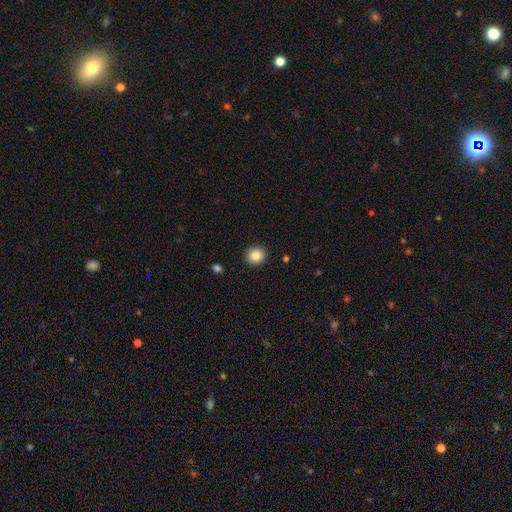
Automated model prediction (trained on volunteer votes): Q: Smooth or featured?
A: smooth (86%); runner-up: star or artifact (9%)
Q: How rounded?
A: round (88%); runner-up: in between (11%)
Q: Merging?
A: none (92%); runner-up: minor disturbance (5%)